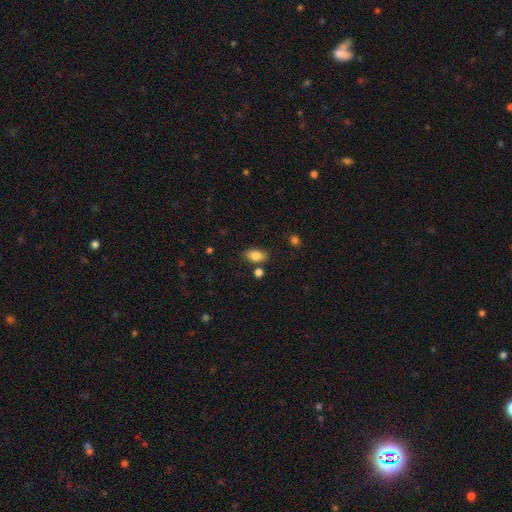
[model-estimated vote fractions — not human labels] The model was most divided on "merging": none: 77%, minor disturbance: 13%, merger: 6%, major disturbance: 3%. More confident: how rounded — in between (89%); smooth or featured — smooth (84%).